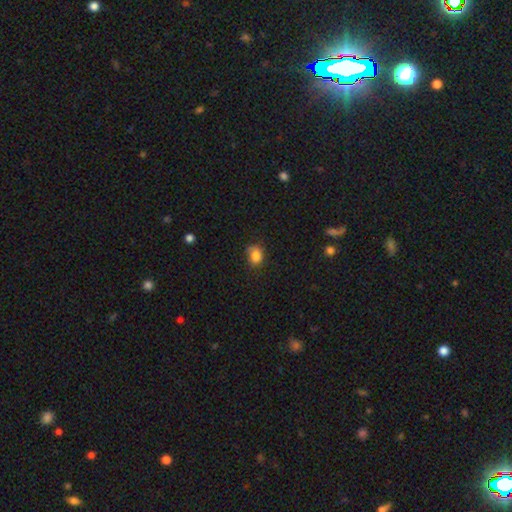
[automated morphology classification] Q: Smooth or featured?
A: smooth (82%); runner-up: star or artifact (10%)
Q: How rounded?
A: in between (51%); runner-up: round (48%)
Q: Merging?
A: none (58%); runner-up: minor disturbance (30%)